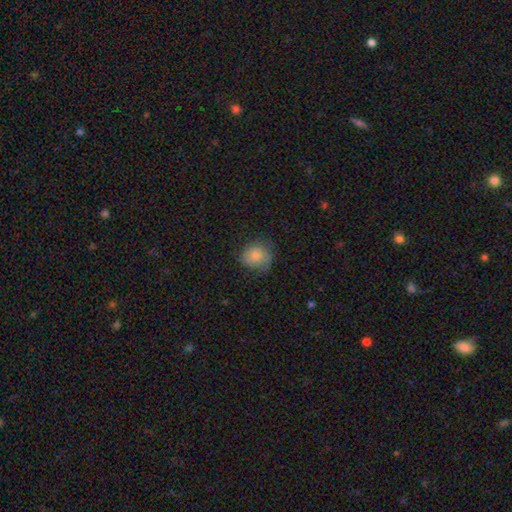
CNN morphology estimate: smooth_or_featured: smooth (p=0.80) [alt: featured or disk p=0.11]
how_rounded: round (p=0.79) [alt: in between p=0.20]
merging: none (p=0.63) [alt: minor disturbance p=0.26]